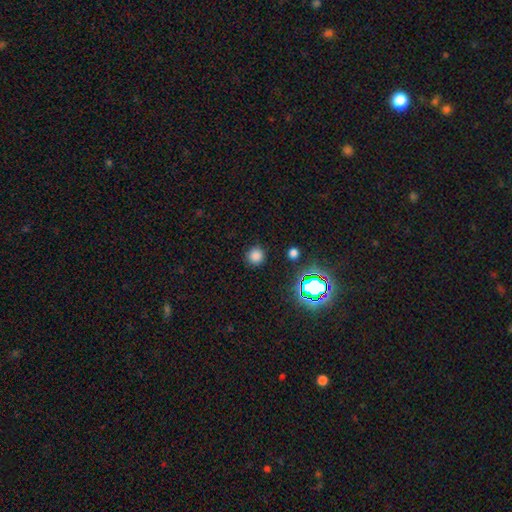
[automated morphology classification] smooth 77%, star or artifact 19%, featured or disk 5%. Down the decision tree: how rounded — round (93%); merging — none (88%).